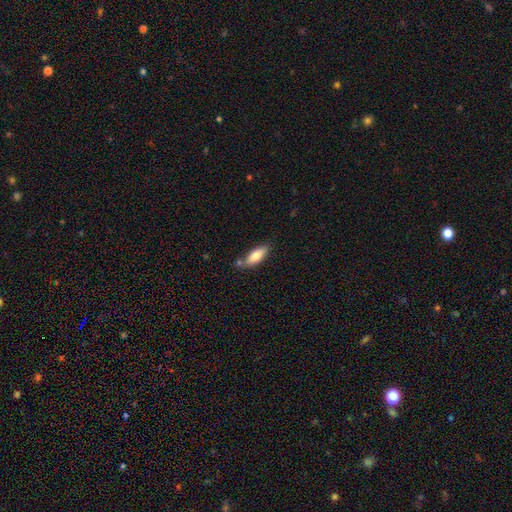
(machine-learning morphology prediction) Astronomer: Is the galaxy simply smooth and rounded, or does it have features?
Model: smooth — 80%.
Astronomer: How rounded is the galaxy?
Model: in between — 67%.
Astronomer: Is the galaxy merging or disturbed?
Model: none — 71%.